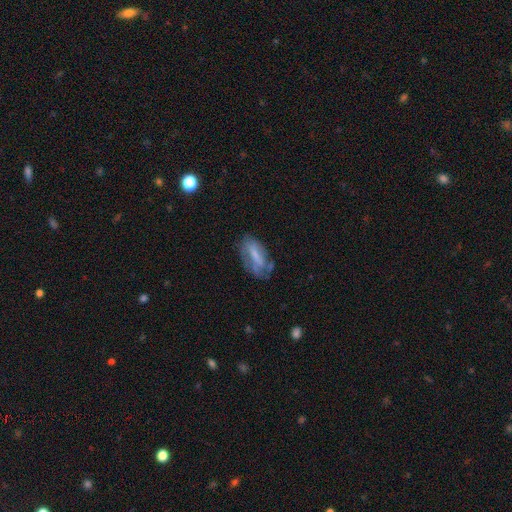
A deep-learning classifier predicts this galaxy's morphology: Smooth or featured? featured or disk (47%)
Merging? none (50%)